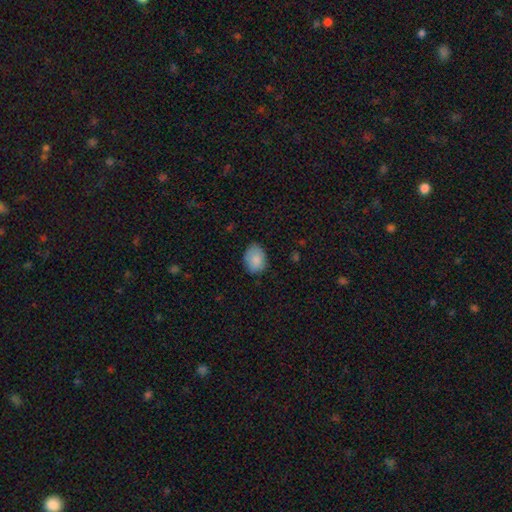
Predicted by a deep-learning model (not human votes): smooth 86%, star or artifact 8%, featured or disk 7%. Down the decision tree: how rounded — in between (72%); merging — none (72%).